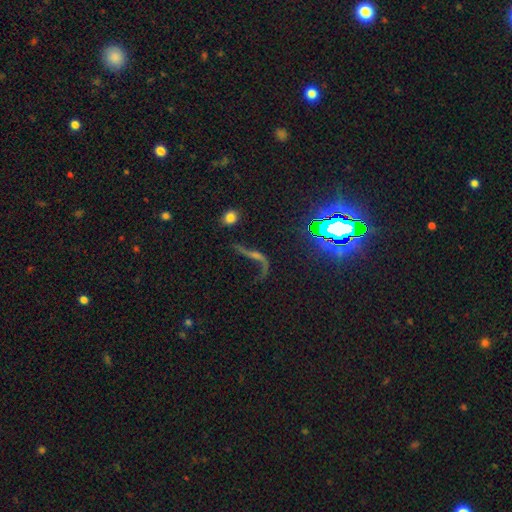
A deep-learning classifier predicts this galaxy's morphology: This is likely a featured or disk galaxy (64%). It is clearly not viewed edge-on (85%). Bar: possibly no (50%). Spiral arm pattern: clearly yes (84%). Central bulge: marginally small (38%). Merging: possibly none (49%).